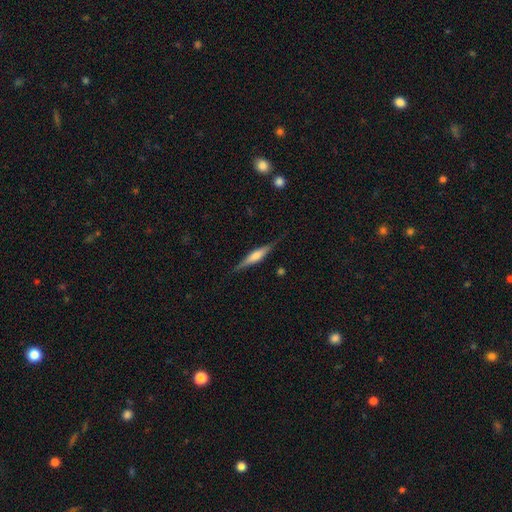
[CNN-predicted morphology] A featured or disk galaxy (59%) viewed edge-on (96%) with a rounded central bulge (65%).

Vote fractions:
- Smooth or featured? featured or disk: 59% / smooth: 35% / star or artifact: 6%
- Edge-on disk? yes: 96% / no: 4%
- Edge-on bulge? rounded: 65% / boxy: 24% / none: 11%
- Merging? none: 84% / minor disturbance: 11% / major disturbance: 3% / merger: 1%